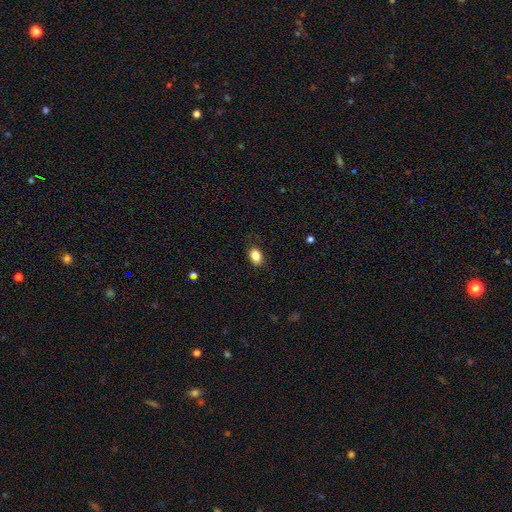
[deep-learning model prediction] smooth 85%, star or artifact 9%, featured or disk 6%. Down the decision tree: how rounded — in between (78%); merging — none (86%).